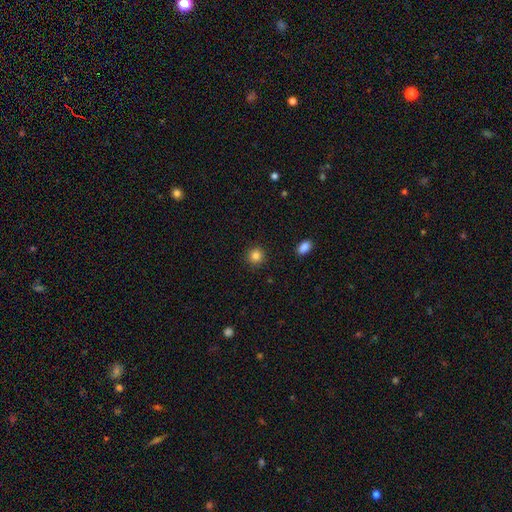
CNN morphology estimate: Smooth or featured? Predicted: smooth (p=0.84). How rounded? Predicted: round (p=0.92). Merging? Predicted: none (p=0.91).